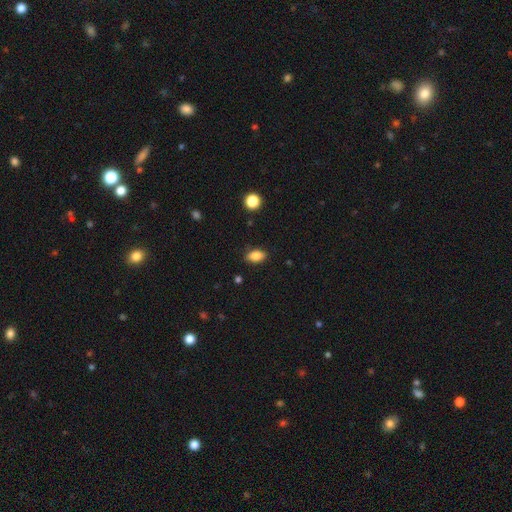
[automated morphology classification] Smooth or featured? Predicted: smooth (p=0.86). How rounded? Predicted: in between (p=0.89). Merging? Predicted: none (p=0.85).